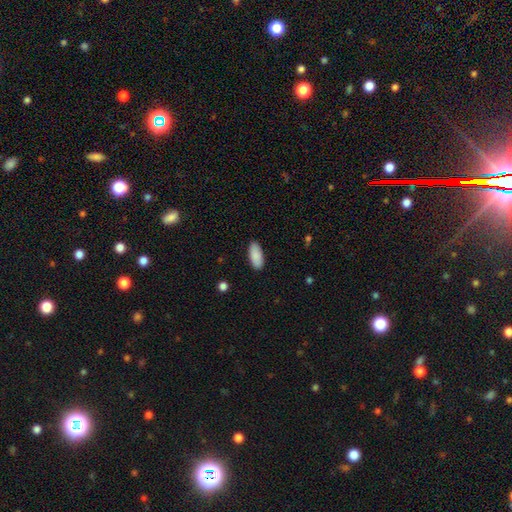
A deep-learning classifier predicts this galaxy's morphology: Smooth or featured: smooth — 90% (star or artifact — 6%)
How rounded: in between — 87% (cigar-shaped — 11%)
Merging: none — 89% (minor disturbance — 8%)